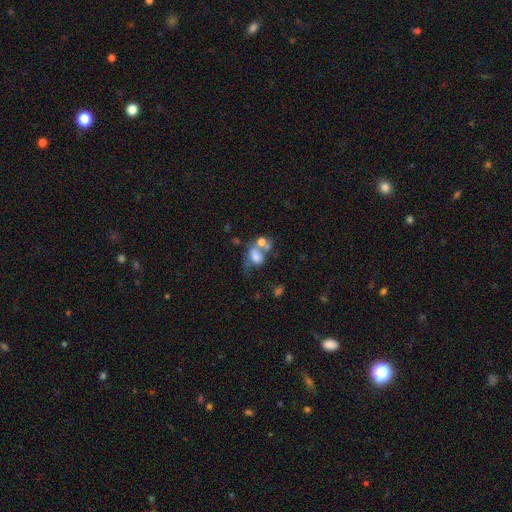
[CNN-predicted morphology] type=smooth (57%); roundness=in between (68%); merging=merger (49%).